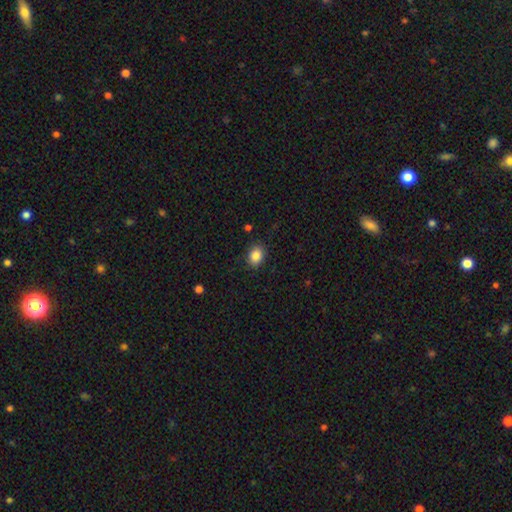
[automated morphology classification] The model was most divided on "how rounded": in between: 58%, round: 41%, cigar-shaped: 1%. More confident: smooth or featured — smooth (87%); merging — none (85%).